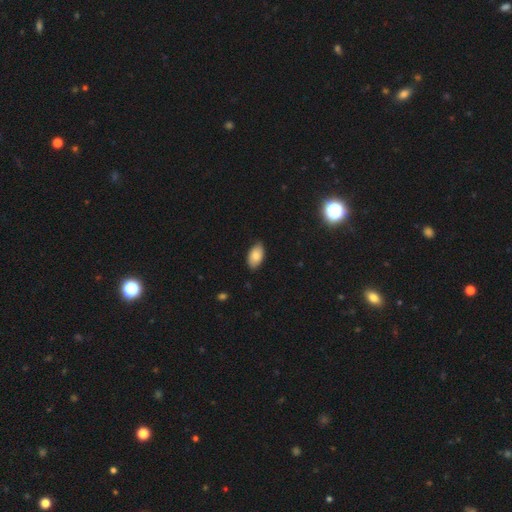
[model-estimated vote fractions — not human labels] Smooth or featured: smooth — 84% (featured or disk — 9%)
How rounded: in between — 95% (round — 3%)
Merging: none — 82% (minor disturbance — 15%)